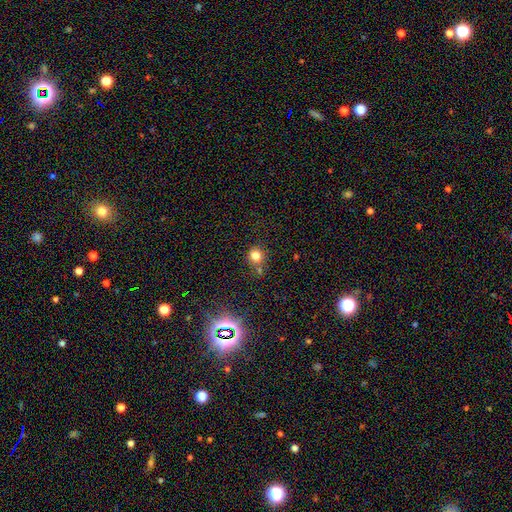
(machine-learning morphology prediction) The model was most divided on "merging": none: 70%, minor disturbance: 14%, merger: 11%, major disturbance: 5%. More confident: how rounded — round (85%); smooth or featured — smooth (77%).